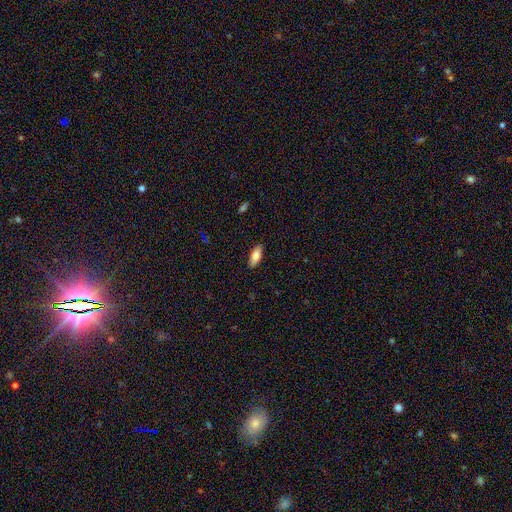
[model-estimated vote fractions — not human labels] smooth-or-featured: smooth: 80% | featured or disk: 14% | star or artifact: 7%
  how-rounded: in between: 78% | cigar-shaped: 19% | round: 2%
  merging: none: 89% | minor disturbance: 8% | major disturbance: 2% | merger: 1%